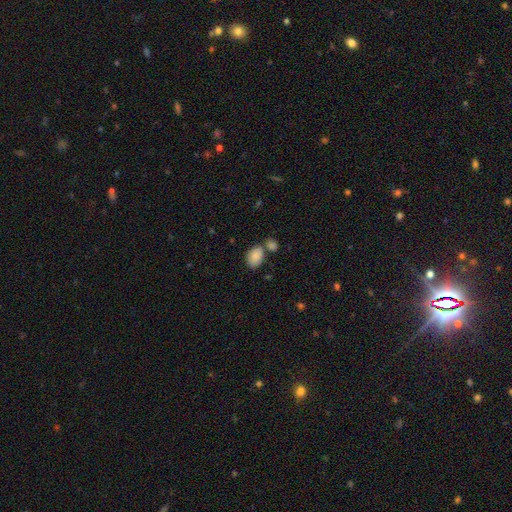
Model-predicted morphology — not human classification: Smooth or featured? smooth (86%)
How rounded? in between (84%)
Merging? none (53%)